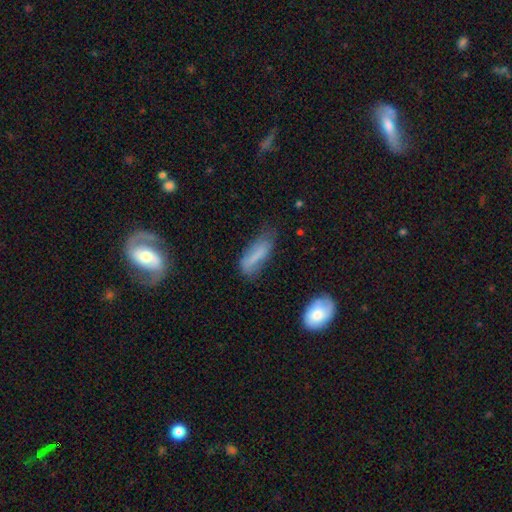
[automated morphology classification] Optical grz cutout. It shows a smooth galaxy with no disk features (70%) that is in between round and cigar-shaped (60%). Merging: none (47%).